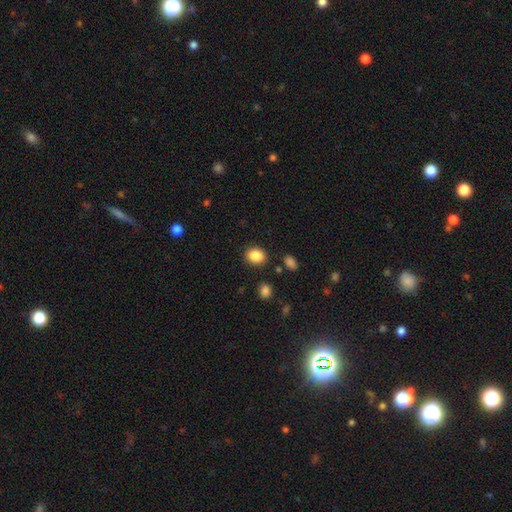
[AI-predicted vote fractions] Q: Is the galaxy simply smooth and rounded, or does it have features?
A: smooth — 87%.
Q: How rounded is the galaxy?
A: in between — 54%.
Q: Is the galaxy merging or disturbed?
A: none — 85%.